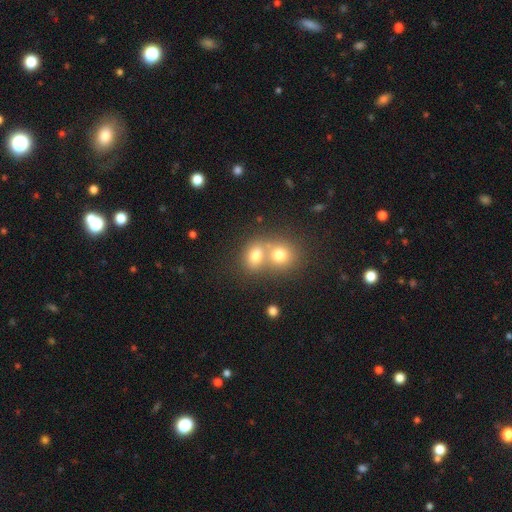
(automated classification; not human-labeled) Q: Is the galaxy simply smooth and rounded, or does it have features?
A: smooth — 74%.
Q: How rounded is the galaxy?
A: round — 55%.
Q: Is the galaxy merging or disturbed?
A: merger — 57%.